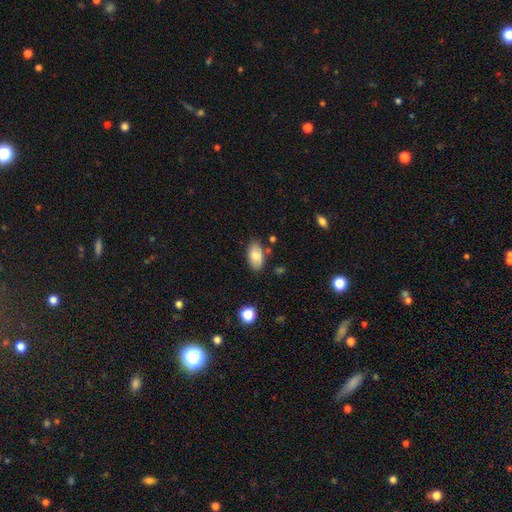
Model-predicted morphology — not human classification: Smooth or featured? Predicted: smooth (p=0.81). How rounded? Predicted: in between (p=0.94). Merging? Predicted: none (p=0.81).